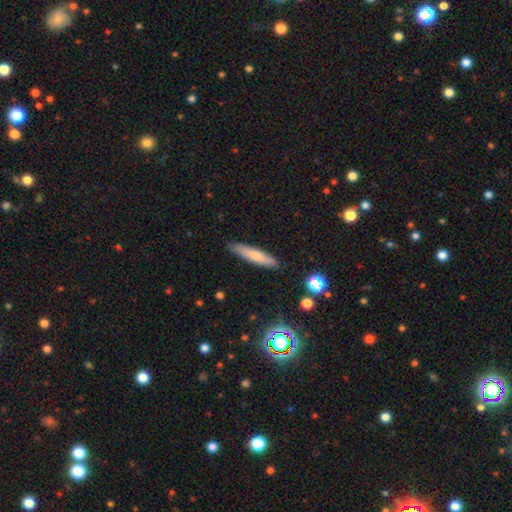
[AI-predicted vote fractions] smooth 71%, featured or disk 22%, star or artifact 7%. Down the decision tree: how rounded — cigar-shaped (87%); merging — none (87%).